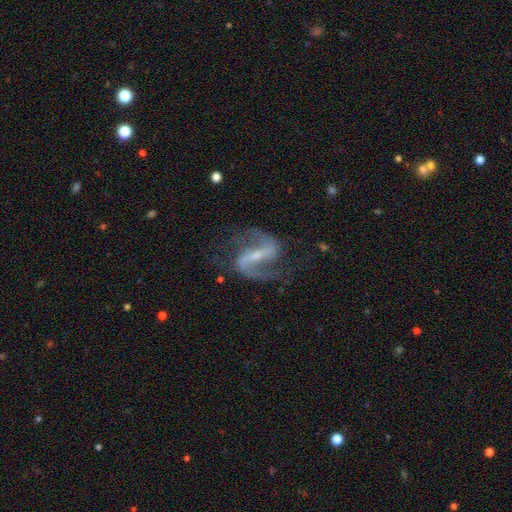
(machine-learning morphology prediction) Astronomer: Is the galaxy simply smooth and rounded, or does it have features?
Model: featured or disk — 91%.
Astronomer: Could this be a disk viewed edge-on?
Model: no — 96%.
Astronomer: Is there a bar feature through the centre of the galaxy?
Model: strong — 64%.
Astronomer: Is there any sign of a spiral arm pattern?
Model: yes — 97%.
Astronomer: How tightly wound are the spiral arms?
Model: medium — 46% (runner-up: loose, 44%).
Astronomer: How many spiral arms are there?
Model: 2 — 93%.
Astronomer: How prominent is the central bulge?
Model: small — 68%.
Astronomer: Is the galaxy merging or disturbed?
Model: none — 74%.